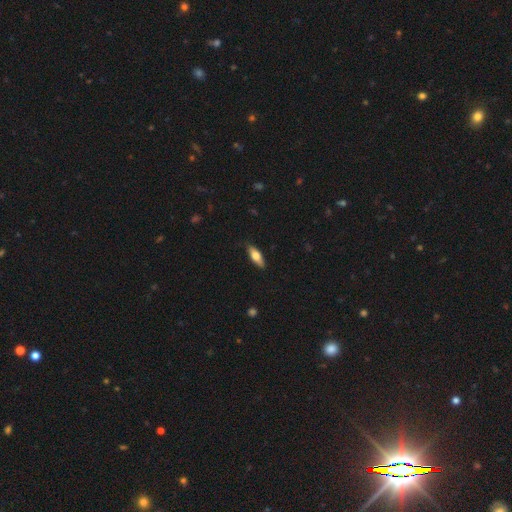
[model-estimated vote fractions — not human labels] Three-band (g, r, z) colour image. It shows a smooth galaxy with no disk features (65%) that is in between round and cigar-shaped (60%). Merging: none (84%).